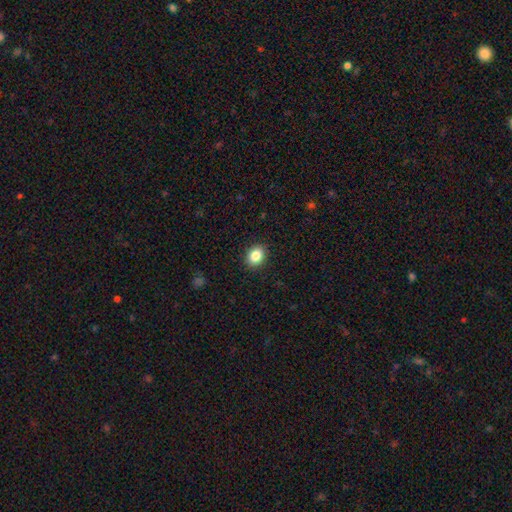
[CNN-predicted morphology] This is clearly a smooth galaxy (85%). How rounded: possibly in between (52%). Merging: clearly none (90%).